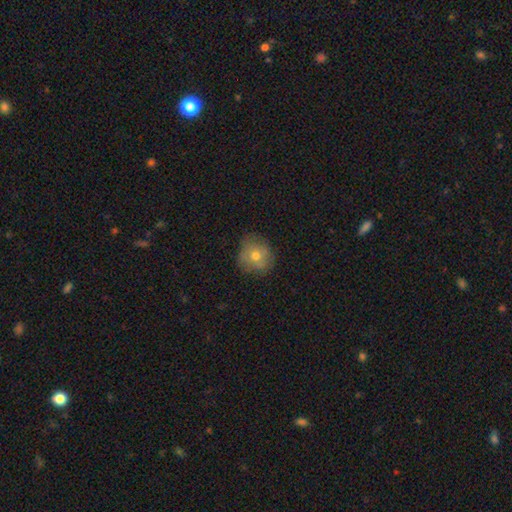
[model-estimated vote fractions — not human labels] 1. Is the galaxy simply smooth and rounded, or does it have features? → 67% smooth, 23% featured or disk, 10% star or artifact.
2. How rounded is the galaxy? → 86% round, 13% in between, 1% cigar-shaped.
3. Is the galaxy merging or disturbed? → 75% none, 19% minor disturbance, 5% major disturbance, 1% merger.